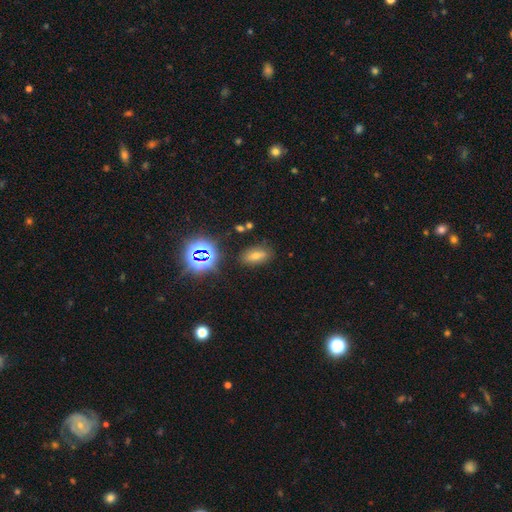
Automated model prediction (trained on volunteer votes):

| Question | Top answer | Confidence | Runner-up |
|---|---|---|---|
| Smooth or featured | smooth | 52% | star or artifact (34%) |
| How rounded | in between | 84% | round (10%) |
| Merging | none | 84% | minor disturbance (10%) |